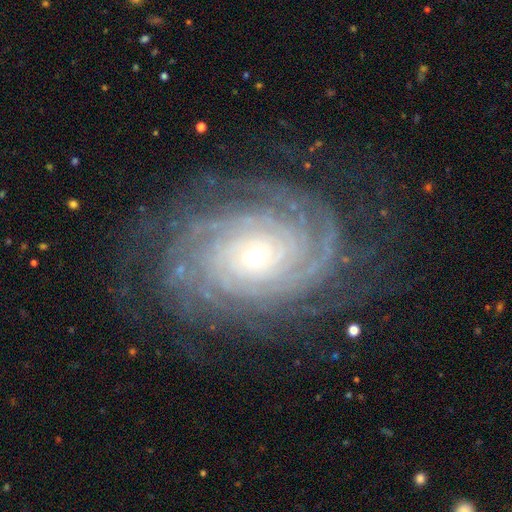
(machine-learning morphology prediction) smooth_or_featured: featured or disk (p=0.90) [alt: star or artifact p=0.06]
disk_edge_on: no (p=0.97) [alt: yes p=0.03]
bar: no (p=0.78) [alt: weak p=0.15]
has_spiral_arms: yes (p=0.98) [alt: no p=0.02]
spiral_winding: tight (p=0.85) [alt: medium p=0.13]
spiral_arm_count: more than 4 (p=0.26) [alt: can't tell p=0.21]
bulge_size: small (p=0.73) [alt: moderate p=0.23]
merging: none (p=0.77) [alt: minor disturbance p=0.14]